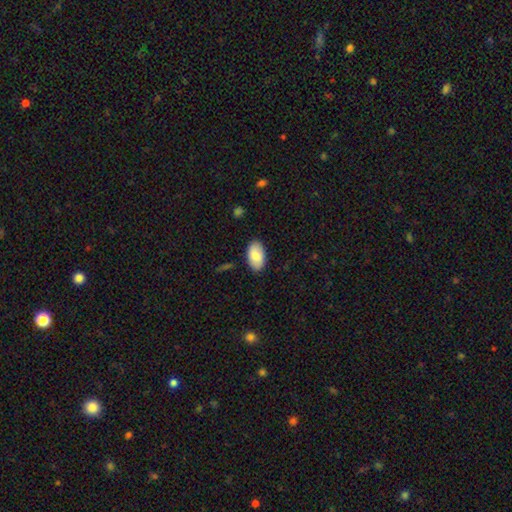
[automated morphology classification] Smooth or featured? Predicted: smooth (p=0.80). How rounded? Predicted: in between (p=0.94). Merging? Predicted: none (p=0.87).